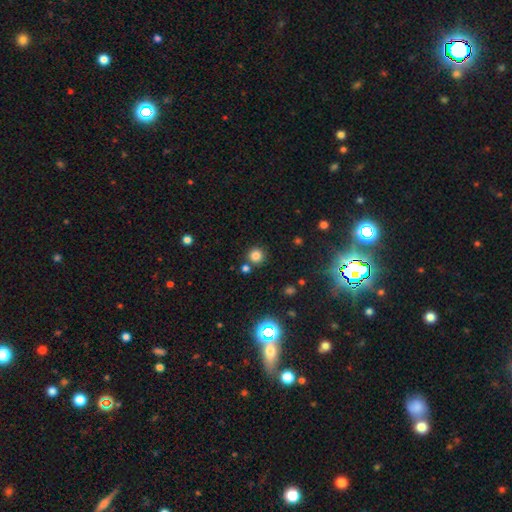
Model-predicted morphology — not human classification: The model was most divided on "smooth or featured": smooth: 78%, star or artifact: 17%, featured or disk: 5%. More confident: how rounded — round (94%); merging — none (79%).